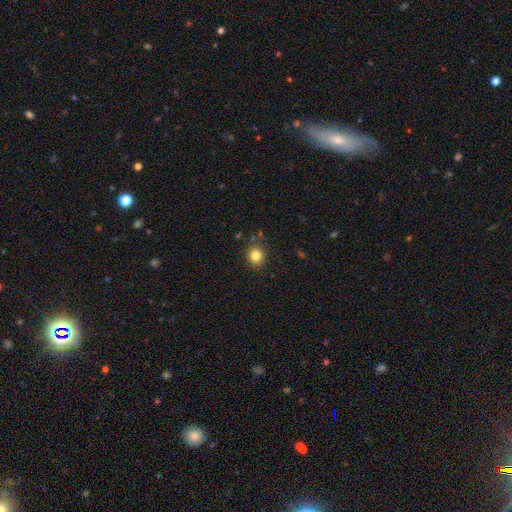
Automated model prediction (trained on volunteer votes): Q: Smooth or featured?
A: smooth (83%); runner-up: star or artifact (11%)
Q: How rounded?
A: round (80%); runner-up: in between (19%)
Q: Merging?
A: none (85%); runner-up: minor disturbance (10%)